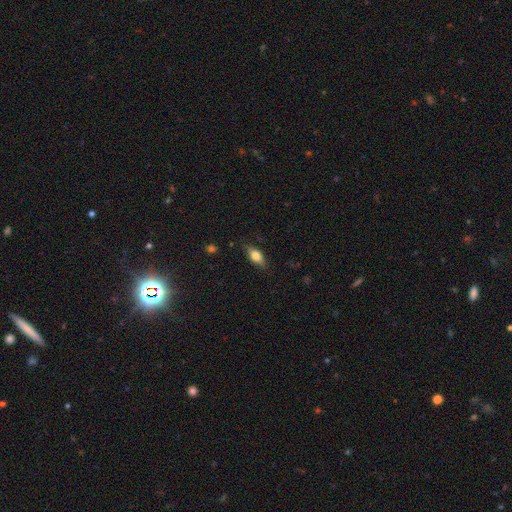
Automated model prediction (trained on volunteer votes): Smooth or featured?
  - smooth: 64% *
  - featured or disk: 29%
  - star or artifact: 8%
How rounded?
  - in between: 75% *
  - cigar-shaped: 19%
  - round: 5%
Merging?
  - none: 81% *
  - minor disturbance: 15%
  - major disturbance: 3%
  - merger: 1%